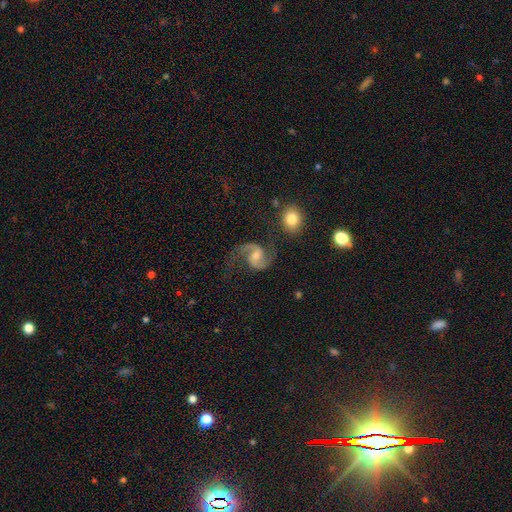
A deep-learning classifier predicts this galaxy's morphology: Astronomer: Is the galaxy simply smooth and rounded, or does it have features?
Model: featured or disk — 90%.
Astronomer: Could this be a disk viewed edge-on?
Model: no — 98%.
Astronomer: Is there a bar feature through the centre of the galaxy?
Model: no — 45% (runner-up: weak, 42%).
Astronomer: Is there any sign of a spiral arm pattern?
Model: yes — 98%.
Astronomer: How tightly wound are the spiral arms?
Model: medium — 48% (runner-up: loose, 43%).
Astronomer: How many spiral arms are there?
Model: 2 — 93%.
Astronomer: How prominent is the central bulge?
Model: moderate — 53% (runner-up: small, 37%).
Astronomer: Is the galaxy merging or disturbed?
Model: none — 66%.